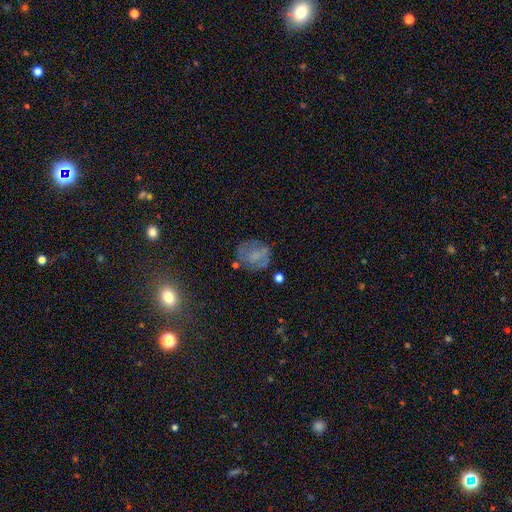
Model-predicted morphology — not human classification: Smooth or featured? smooth (52%)
How rounded? round (65%)
Merging? none (62%)